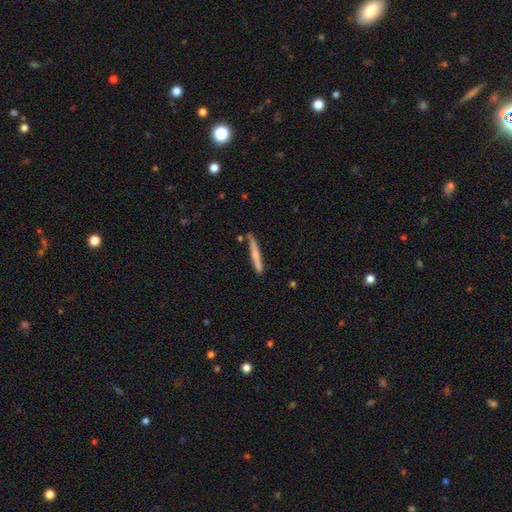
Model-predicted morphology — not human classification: smooth 65%, featured or disk 29%, star or artifact 6%. Down the decision tree: how rounded — cigar-shaped (96%); merging — none (78%).